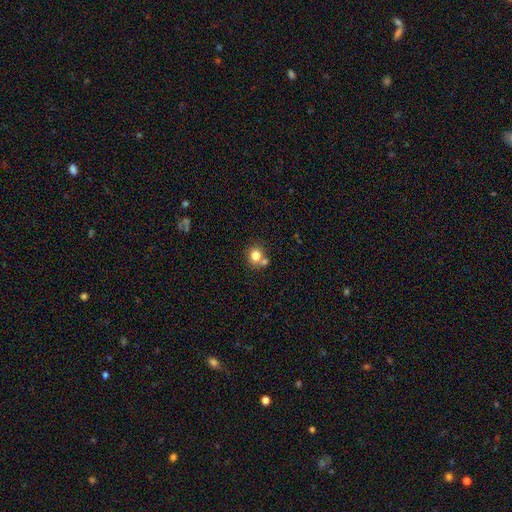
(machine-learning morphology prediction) A smooth galaxy with no disk features (80%) that is round (79%). Merging: none (57%).